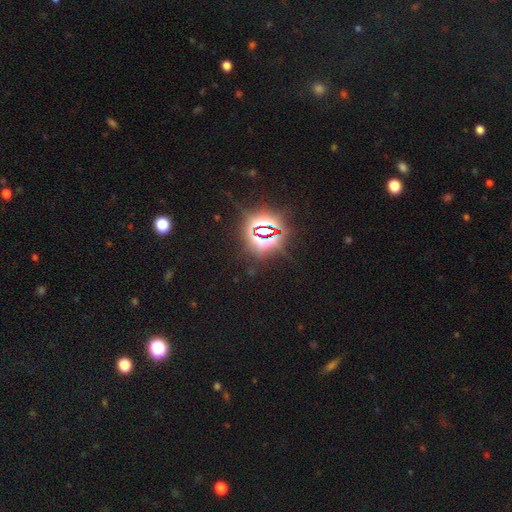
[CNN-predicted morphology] smooth-or-featured: star or artifact: 80% | smooth: 12% | featured or disk: 8%